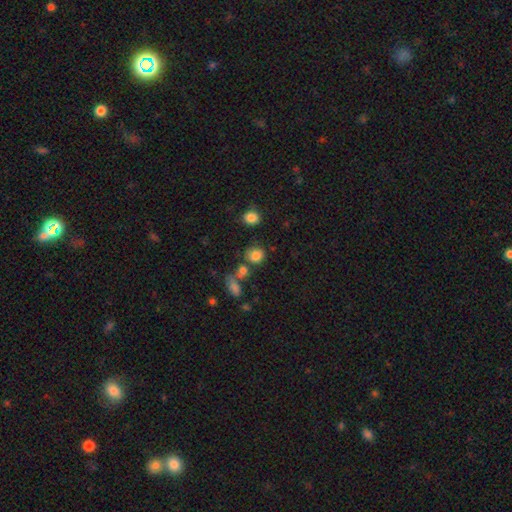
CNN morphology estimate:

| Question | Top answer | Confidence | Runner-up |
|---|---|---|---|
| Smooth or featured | smooth | 82% | star or artifact (12%) |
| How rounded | round | 75% | in between (24%) |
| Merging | none | 66% | merger (15%) |